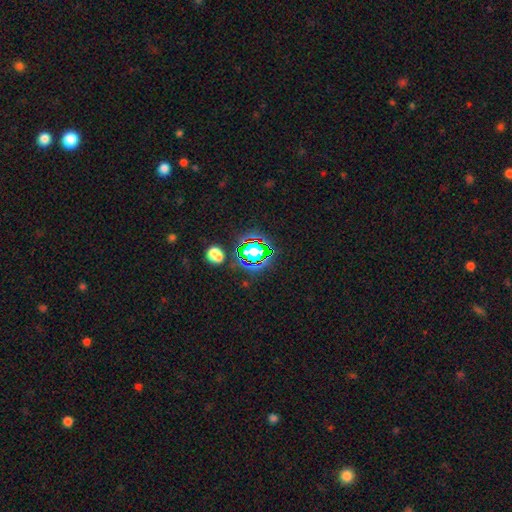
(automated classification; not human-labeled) Smooth or featured? Predicted: star or artifact (p=0.65).